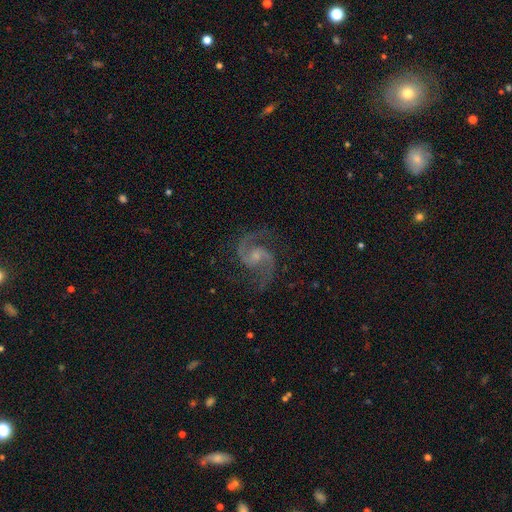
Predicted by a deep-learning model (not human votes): Smooth or featured: featured or disk — 93% (star or artifact — 5%)
Edge-on disk: no — 98% (yes — 2%)
Bar: no — 49% (weak — 41%)
Spiral arms: yes — 99% (no — 1%)
Spiral winding: medium — 66% (loose — 22%)
Spiral arm count: 2 — 94% (3 — 2%)
Bulge size: small — 60% (moderate — 28%)
Merging: none — 81% (minor disturbance — 13%)